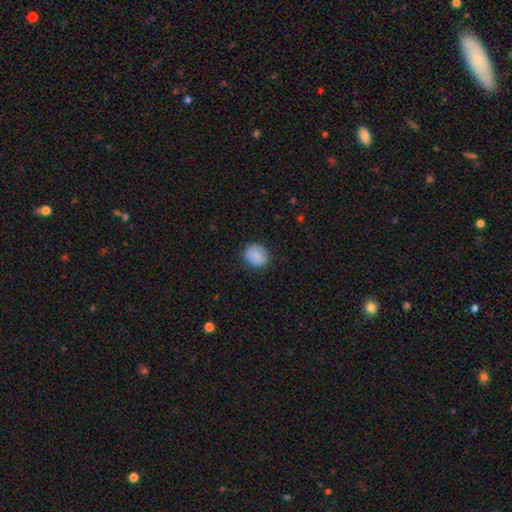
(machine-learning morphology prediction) This appears to be a smooth galaxy with no disk features (86%) that is round (68%). Merging: none (83%).